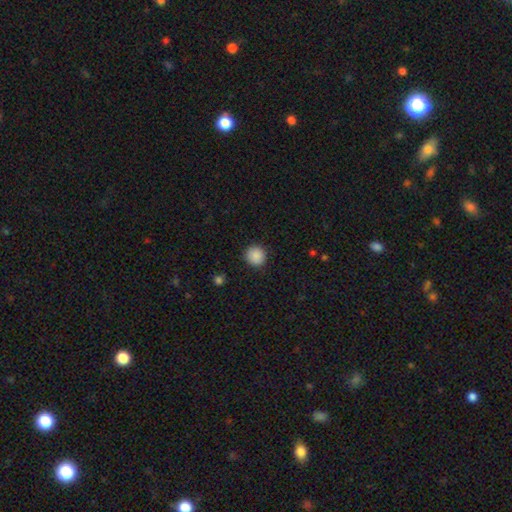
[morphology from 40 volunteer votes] smooth 95%, star or artifact 5%, featured or disk 0%. Down the decision tree: how rounded — round (97%); merging — none (89%).